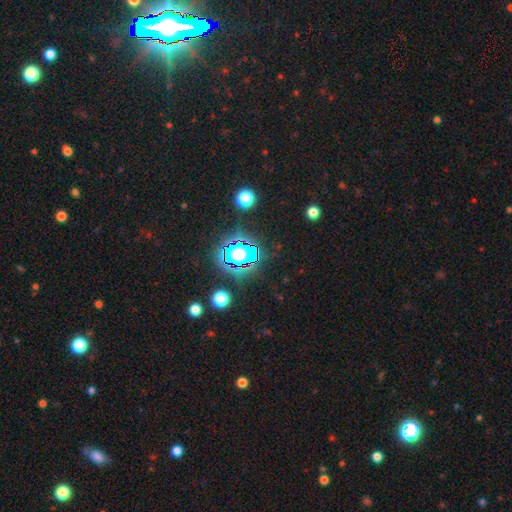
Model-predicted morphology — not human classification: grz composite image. It shows a star or artifact, not a galaxy (81%).